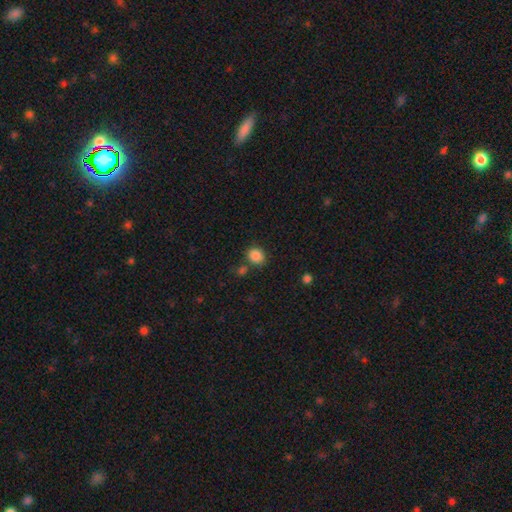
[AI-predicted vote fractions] Morphology: type=smooth (86%); roundness=round (64%); merging=none (75%).